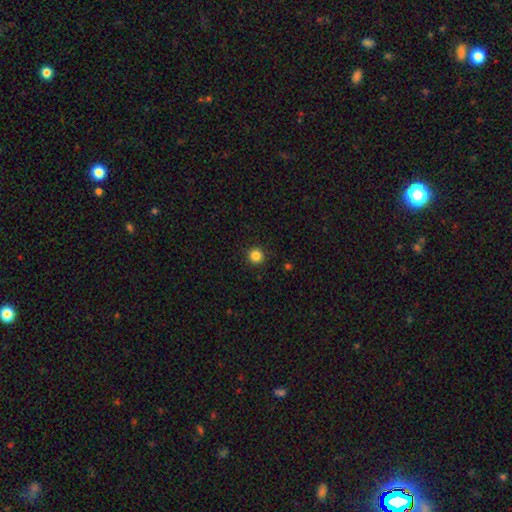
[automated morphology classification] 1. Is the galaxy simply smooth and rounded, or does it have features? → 85% smooth, 12% star or artifact, 3% featured or disk.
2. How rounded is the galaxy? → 96% round, 3% in between, 1% cigar-shaped.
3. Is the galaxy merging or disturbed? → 93% none, 4% minor disturbance, 2% major disturbance, 1% merger.